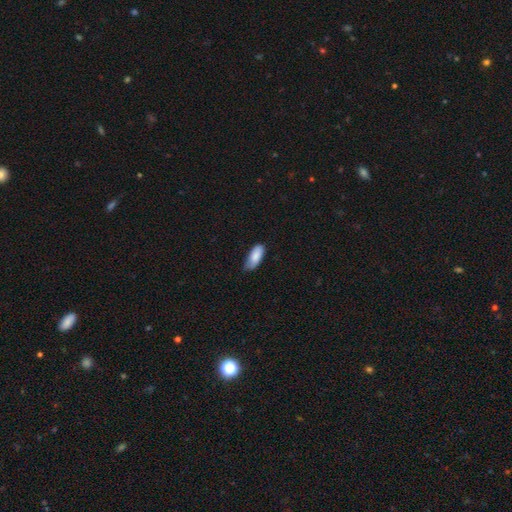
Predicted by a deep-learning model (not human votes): The model was most divided on "merging": none: 58%, minor disturbance: 36%, major disturbance: 5%, merger: 1%. More confident: smooth or featured — smooth (85%); how rounded — in between (84%).